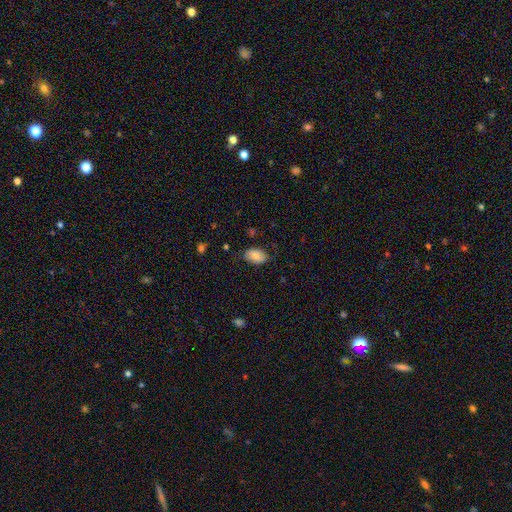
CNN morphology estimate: type=smooth (79%); roundness=in between (89%); merging=none (73%).